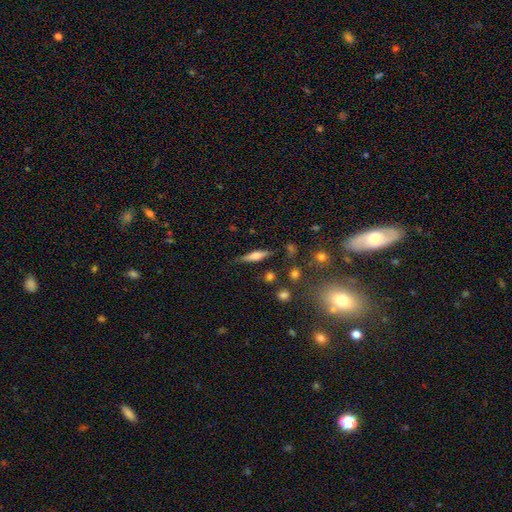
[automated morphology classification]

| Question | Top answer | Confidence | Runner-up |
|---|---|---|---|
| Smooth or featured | smooth | 53% | featured or disk (39%) |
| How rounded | cigar-shaped | 67% | in between (30%) |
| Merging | none | 79% | minor disturbance (14%) |